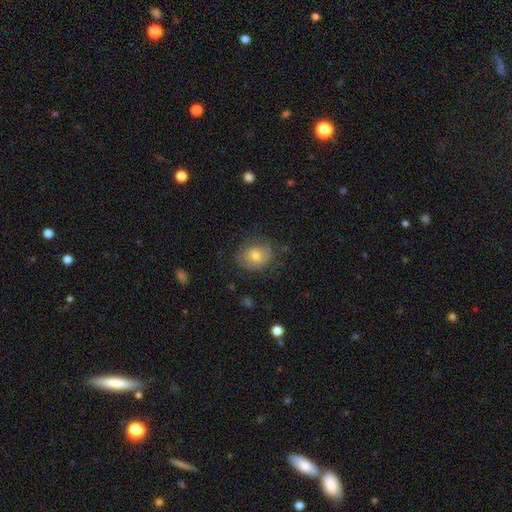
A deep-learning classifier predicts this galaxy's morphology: The model was most divided on "how rounded": in between: 50%, round: 49%, cigar-shaped: 1%. More confident: merging — none (68%); smooth or featured — smooth (68%).